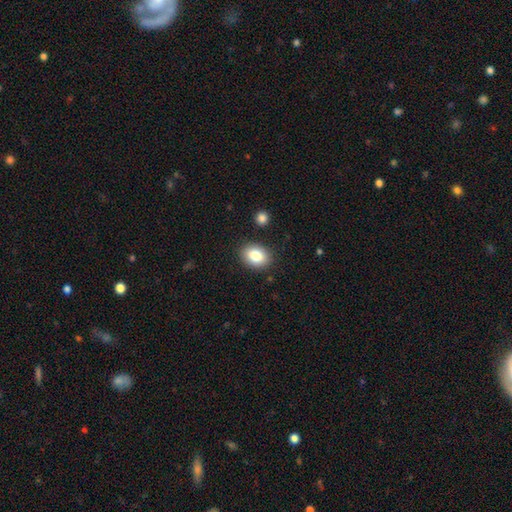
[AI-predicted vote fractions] smooth-or-featured: smooth: 82% | featured or disk: 9% | star or artifact: 9%
  how-rounded: in between: 65% | round: 34% | cigar-shaped: 1%
  merging: none: 87% | minor disturbance: 9% | major disturbance: 2% | merger: 2%